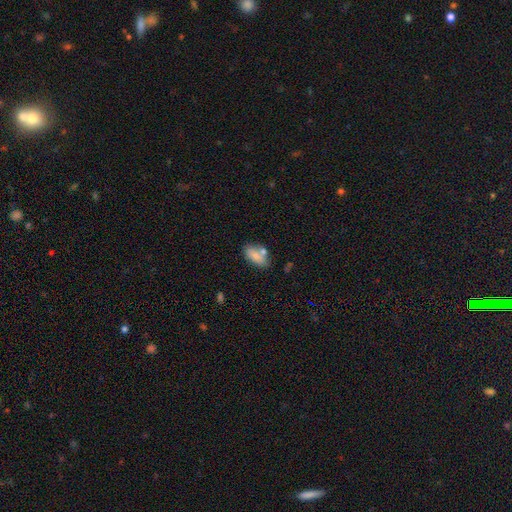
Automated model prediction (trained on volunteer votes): Q: Smooth or featured?
A: smooth (76%); runner-up: featured or disk (16%)
Q: How rounded?
A: in between (86%); runner-up: cigar-shaped (10%)
Q: Merging?
A: none (61%); runner-up: minor disturbance (17%)